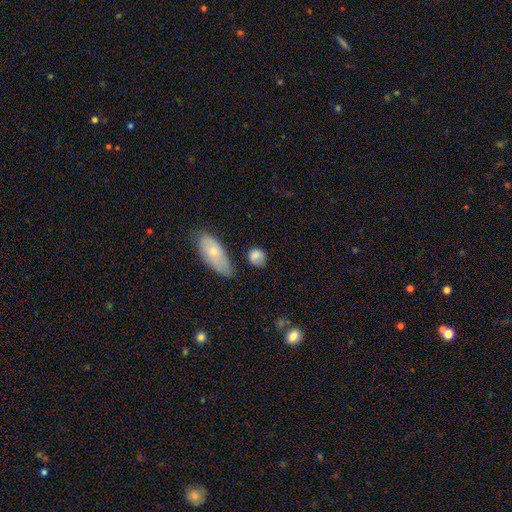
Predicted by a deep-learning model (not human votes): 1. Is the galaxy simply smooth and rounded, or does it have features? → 81% smooth, 10% featured or disk, 9% star or artifact.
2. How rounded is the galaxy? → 60% round, 36% in between, 3% cigar-shaped.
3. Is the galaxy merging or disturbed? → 63% none, 23% minor disturbance, 7% major disturbance, 7% merger.